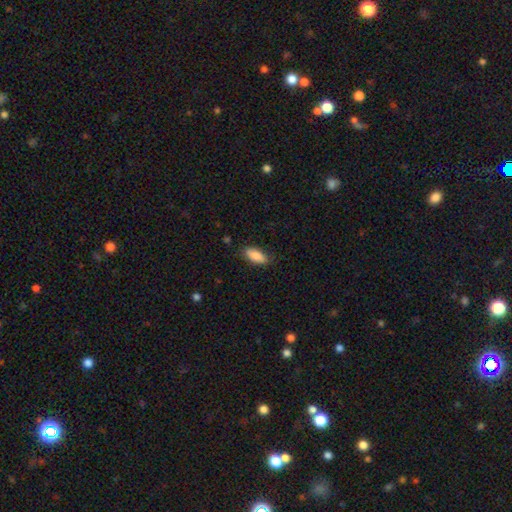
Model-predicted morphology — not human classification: The model was most divided on "merging": none: 82%, minor disturbance: 14%, major disturbance: 3%, merger: 1%. More confident: smooth or featured — smooth (86%); how rounded — in between (85%).